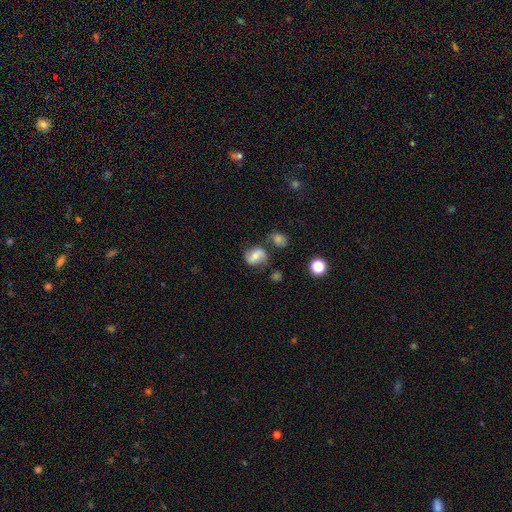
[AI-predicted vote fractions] Overall: featured or disk (48%; smooth 42%). Merging: none (61%).